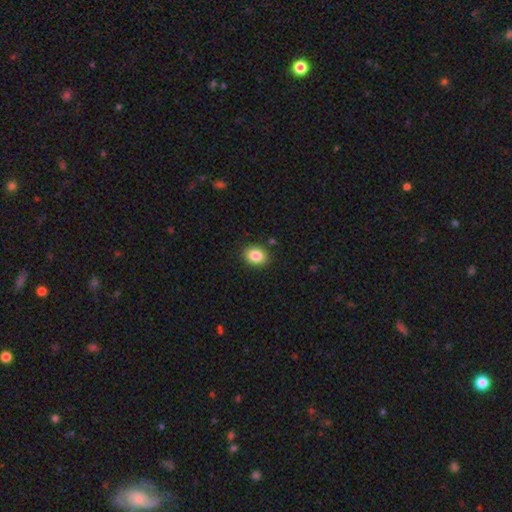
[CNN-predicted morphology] A smooth galaxy with no disk features (85%) that is round (51%). Merging: none (87%).